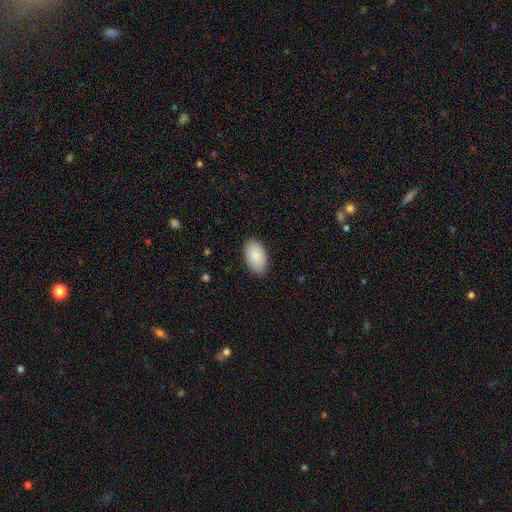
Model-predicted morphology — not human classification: Smooth or featured? smooth (88%)
How rounded? in between (95%)
Merging? none (87%)